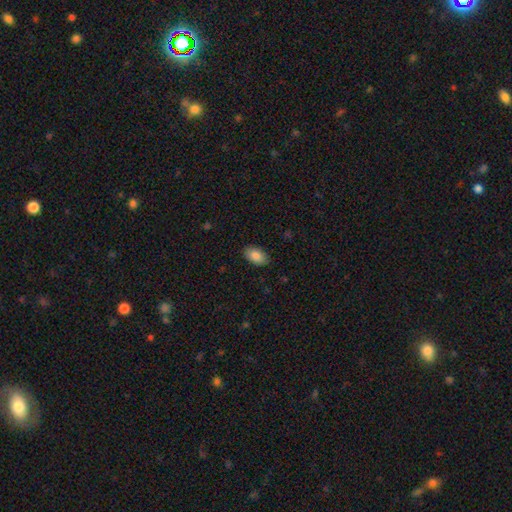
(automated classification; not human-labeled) A smooth galaxy with no disk features (85%) that is in between round and cigar-shaped (93%). Merging: none (88%).